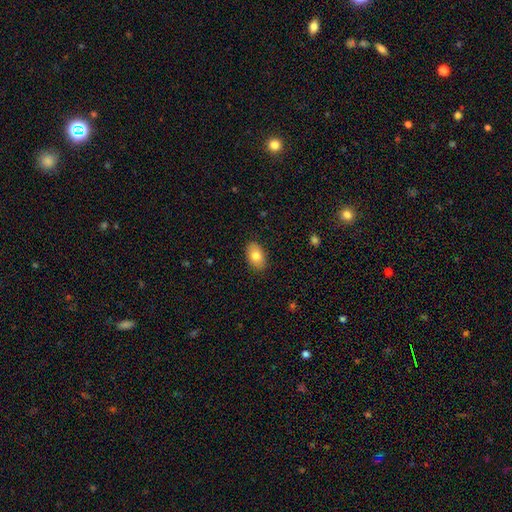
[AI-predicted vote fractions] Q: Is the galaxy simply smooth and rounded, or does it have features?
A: smooth — 79%.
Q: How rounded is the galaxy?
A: in between — 91%.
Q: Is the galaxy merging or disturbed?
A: none — 87%.